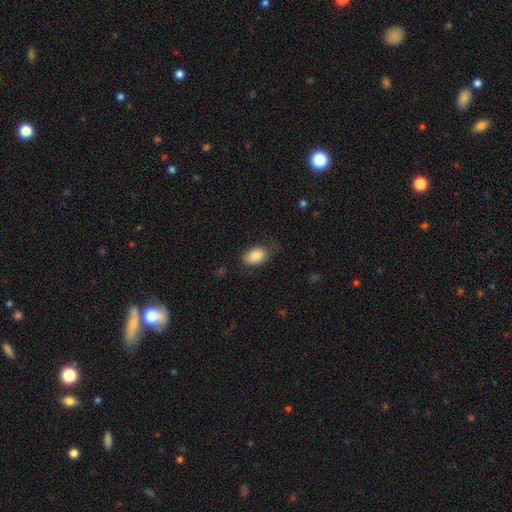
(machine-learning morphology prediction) The model was most divided on "merging": none: 70%, minor disturbance: 22%, major disturbance: 7%, merger: 1%. More confident: how rounded — in between (88%); smooth or featured — smooth (87%).